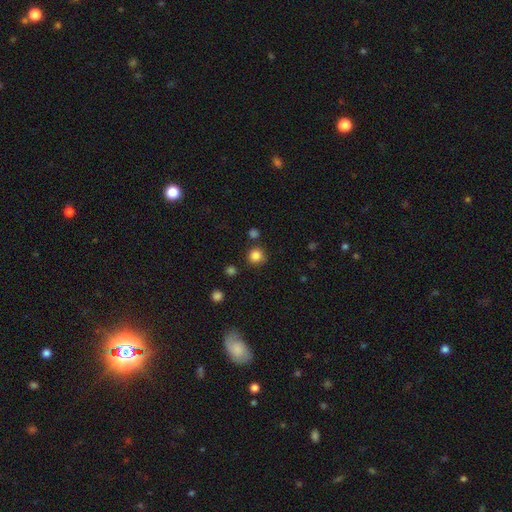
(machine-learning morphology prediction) A smooth galaxy with no disk features (84%) that is round (91%). Merging: none (82%).